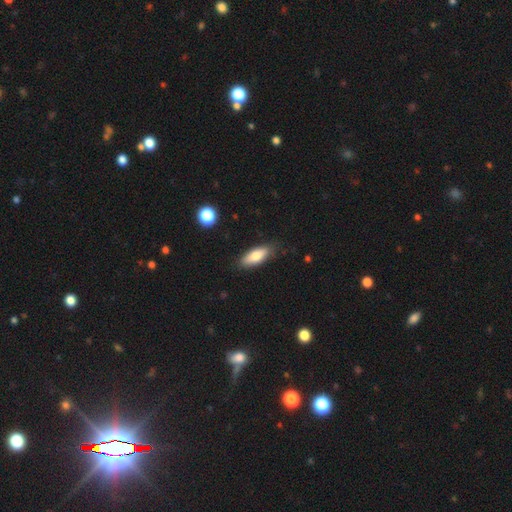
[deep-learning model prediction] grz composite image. It shows a smooth galaxy with no disk features (76%) that is in between round and cigar-shaped (69%). Merging: none (83%).